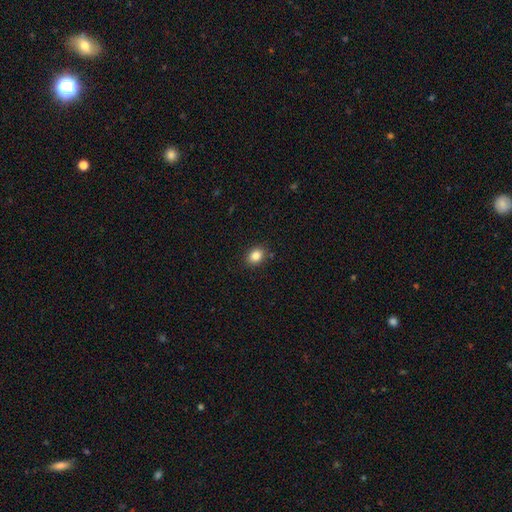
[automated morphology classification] smooth_or_featured: smooth (p=0.84) [alt: star or artifact p=0.10]
how_rounded: in between (p=0.60) [alt: round p=0.39]
merging: none (p=0.87) [alt: minor disturbance p=0.09]